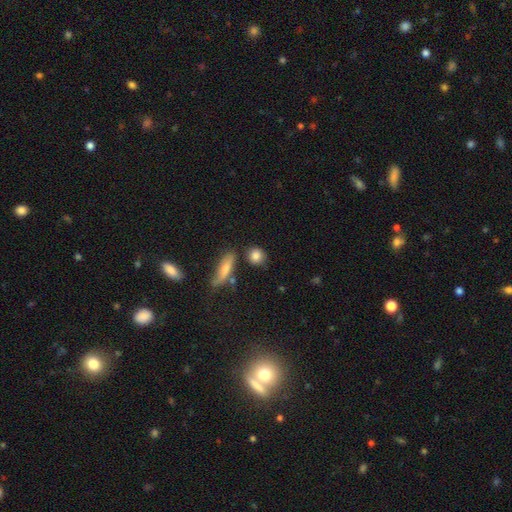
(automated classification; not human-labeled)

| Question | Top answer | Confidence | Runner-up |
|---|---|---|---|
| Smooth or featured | smooth | 83% | star or artifact (8%) |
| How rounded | round | 70% | in between (25%) |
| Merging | none | 77% | minor disturbance (12%) |